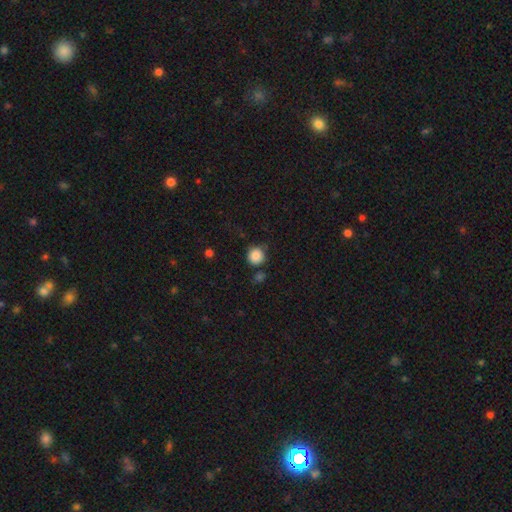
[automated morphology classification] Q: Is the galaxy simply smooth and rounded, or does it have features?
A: smooth — 86%.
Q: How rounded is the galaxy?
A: round — 94%.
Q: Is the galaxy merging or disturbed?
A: none — 79%.